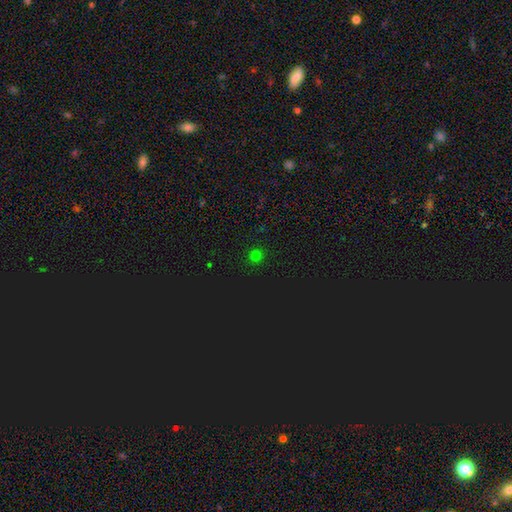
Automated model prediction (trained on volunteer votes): A smooth galaxy with no disk features (70%) that is round (94%). Merging: none (92%).